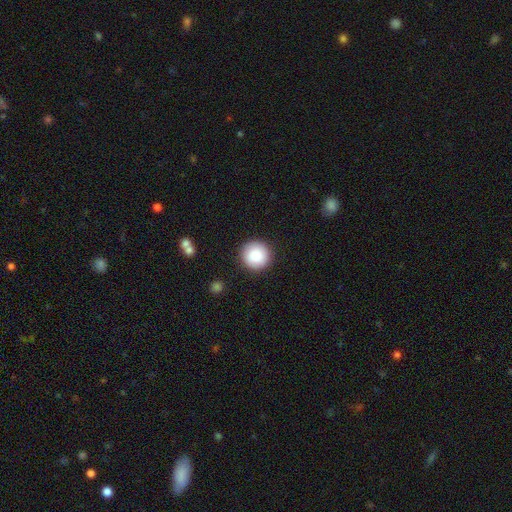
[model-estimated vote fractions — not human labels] smooth_or_featured: smooth (p=0.85) [alt: star or artifact p=0.08]
how_rounded: round (p=0.95) [alt: in between p=0.04]
merging: none (p=0.90) [alt: minor disturbance p=0.06]